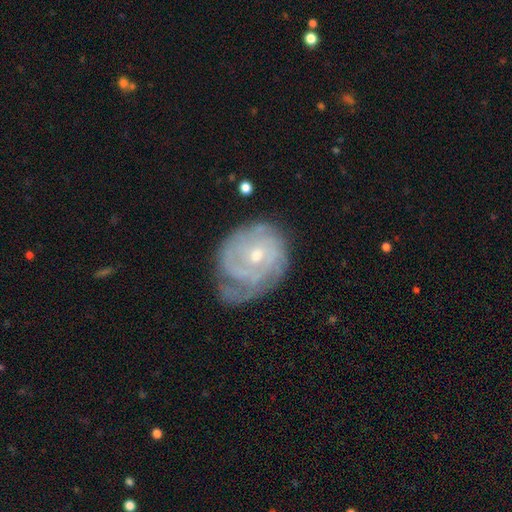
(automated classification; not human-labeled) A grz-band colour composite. It shows a featured or disk galaxy (79%) with no bar (71%), tight (69%) spiral arms (90%) and a small central bulge (49%). Merging: none (53%).